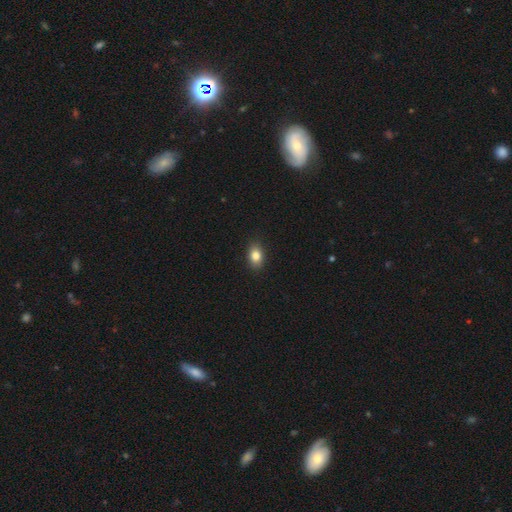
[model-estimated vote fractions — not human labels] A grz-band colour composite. It shows a smooth galaxy with no disk features (83%) that is in between round and cigar-shaped (80%). Merging: none (89%).